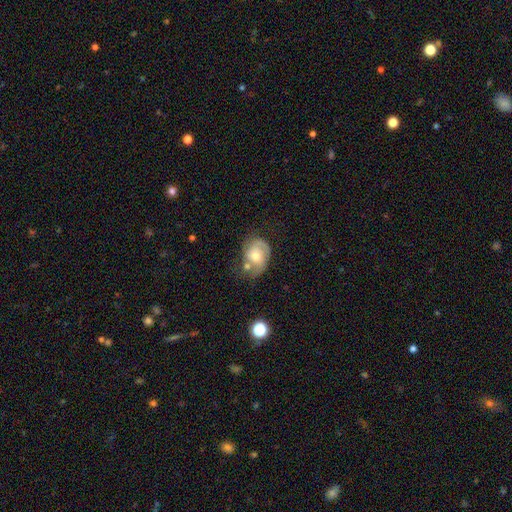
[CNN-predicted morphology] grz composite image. It shows a featured or disk galaxy (62%) with no bar (72%), spiral arms (81%) and a moderate central bulge (59%). Merging: none (39%).